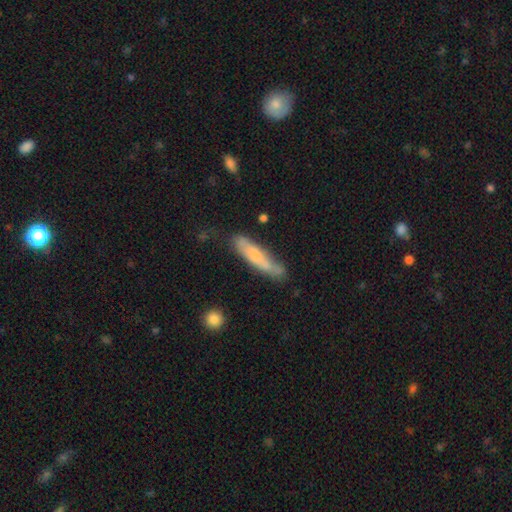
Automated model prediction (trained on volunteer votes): smooth 61%, featured or disk 34%, star or artifact 6%. Down the decision tree: how rounded — cigar-shaped (82%); merging — none (56%).